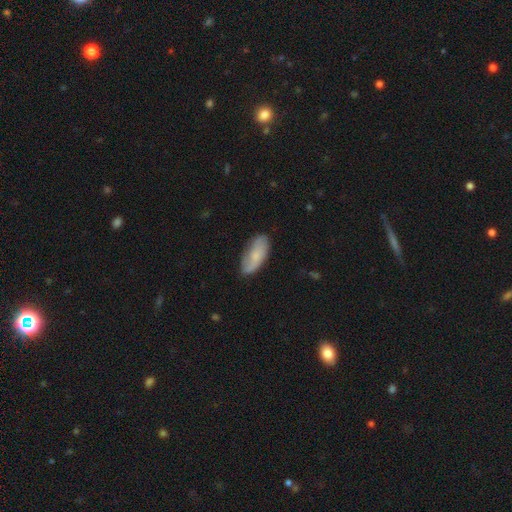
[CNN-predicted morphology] Smooth or featured? Predicted: smooth (p=0.61). How rounded? Predicted: in between (p=0.88). Merging? Predicted: none (p=0.72).